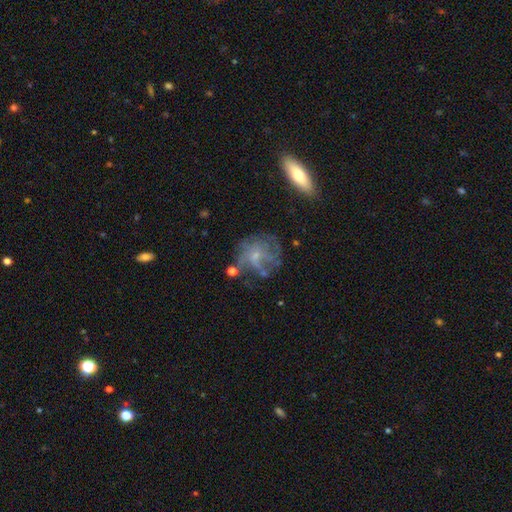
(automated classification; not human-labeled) Smooth or featured? Predicted: featured or disk (p=0.64). Edge-on disk? Predicted: no (p=0.97). Bar? Predicted: no (p=0.74). Spiral arms? Predicted: yes (p=0.66). Bulge size? Predicted: small (p=0.68). Merging? Predicted: none (p=0.51).